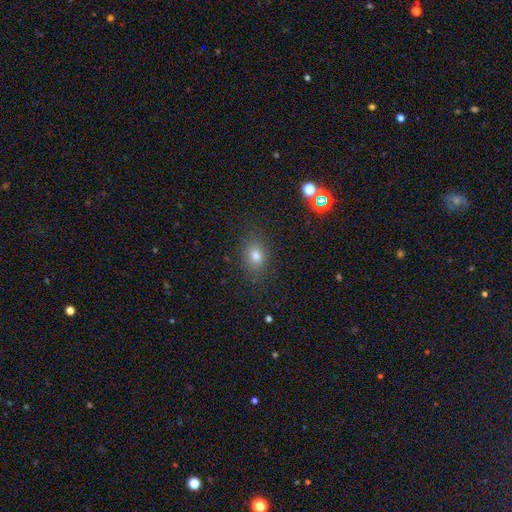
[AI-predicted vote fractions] Q: Smooth or featured?
A: smooth (74%); runner-up: star or artifact (17%)
Q: How rounded?
A: in between (62%); runner-up: round (36%)
Q: Merging?
A: none (83%); runner-up: minor disturbance (11%)